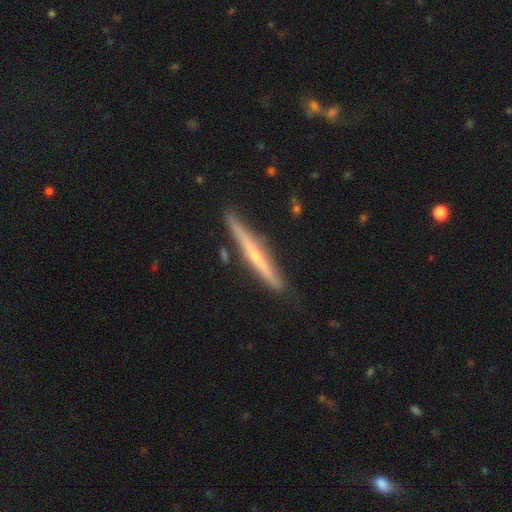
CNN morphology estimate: smooth_or_featured: featured or disk (p=0.64) [alt: smooth p=0.30]
disk_edge_on: yes (p=0.96) [alt: no p=0.04]
edge_on_bulge: rounded (p=0.56) [alt: none p=0.40]
merging: none (p=0.85) [alt: minor disturbance p=0.11]